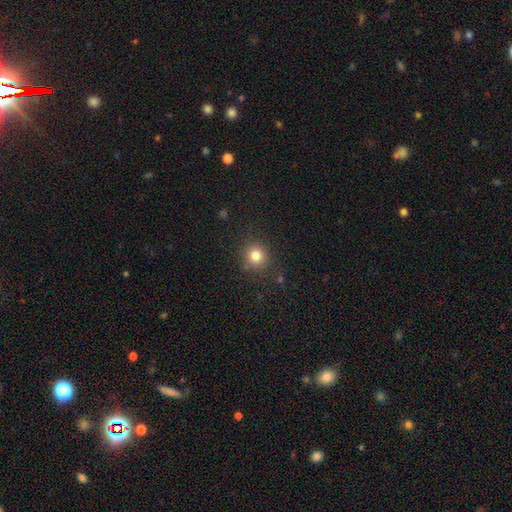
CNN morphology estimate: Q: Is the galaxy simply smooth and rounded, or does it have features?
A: smooth — 82%.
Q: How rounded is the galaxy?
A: round — 89%.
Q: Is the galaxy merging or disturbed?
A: none — 85%.